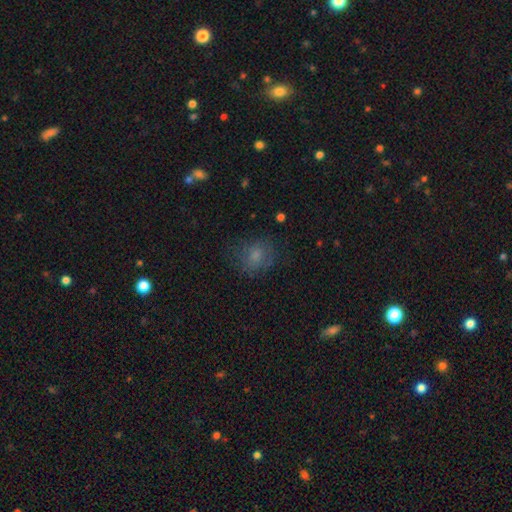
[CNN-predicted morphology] Smooth or featured? Predicted: smooth (p=0.71). How rounded? Predicted: round (p=0.66). Merging? Predicted: none (p=0.67).